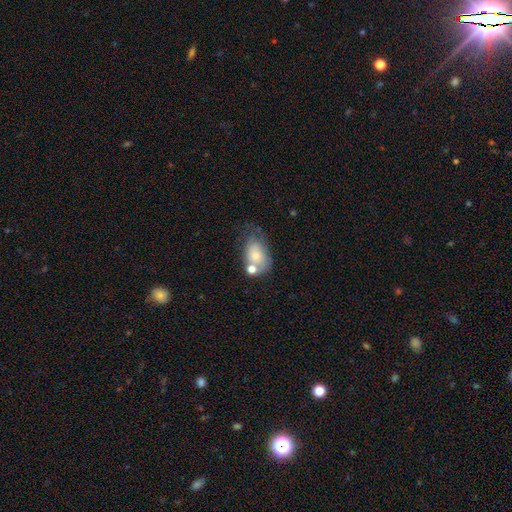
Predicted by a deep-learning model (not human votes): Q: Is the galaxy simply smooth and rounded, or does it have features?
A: smooth — 65%.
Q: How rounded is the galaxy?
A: in between — 81%.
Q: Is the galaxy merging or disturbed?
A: none — 32%.